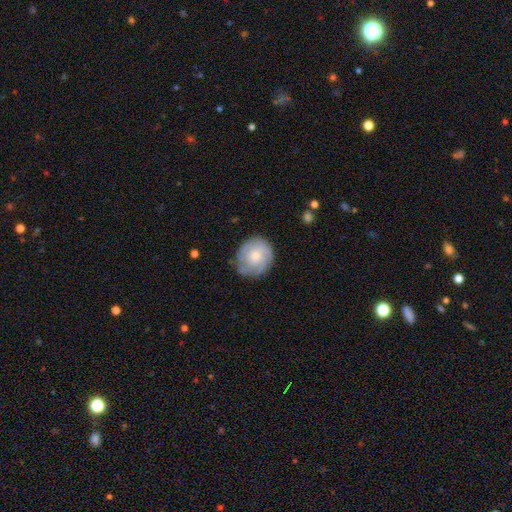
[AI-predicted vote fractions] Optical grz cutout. It shows a featured or disk galaxy (51%). Merging: none (77%).